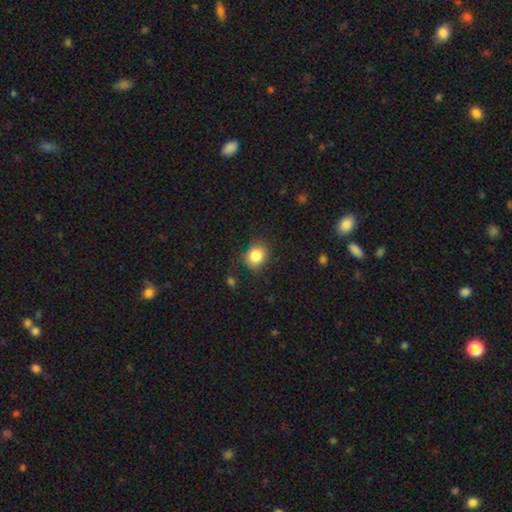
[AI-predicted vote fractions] Smooth or featured?
  - smooth: 84% *
  - star or artifact: 10%
  - featured or disk: 6%
How rounded?
  - round: 68% *
  - in between: 31%
  - cigar-shaped: 1%
Merging?
  - none: 82% *
  - minor disturbance: 13%
  - major disturbance: 3%
  - merger: 2%